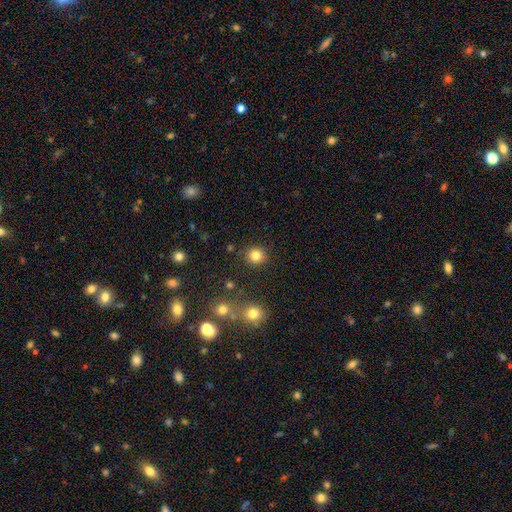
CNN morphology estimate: smooth 83%, star or artifact 12%, featured or disk 5%. Down the decision tree: how rounded — round (90%); merging — none (89%).